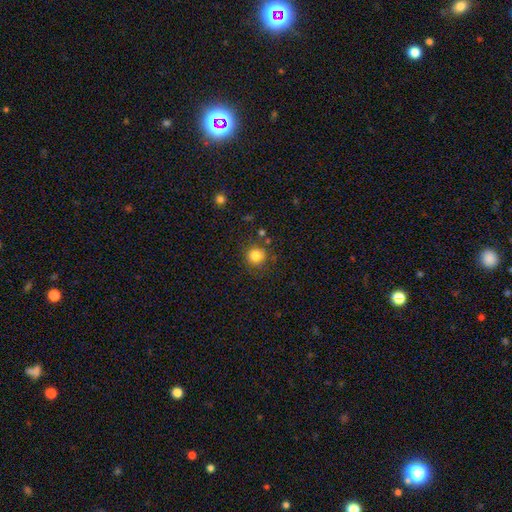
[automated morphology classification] Smooth or featured?
  - smooth: 83% *
  - star or artifact: 11%
  - featured or disk: 6%
How rounded?
  - round: 92% *
  - in between: 7%
  - cigar-shaped: 1%
Merging?
  - none: 81% *
  - minor disturbance: 11%
  - merger: 5%
  - major disturbance: 3%